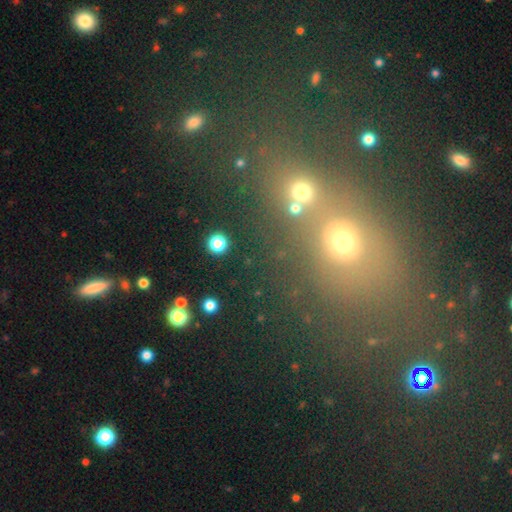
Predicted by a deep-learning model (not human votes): smooth-or-featured: star or artifact: 47% | smooth: 40% | featured or disk: 14%